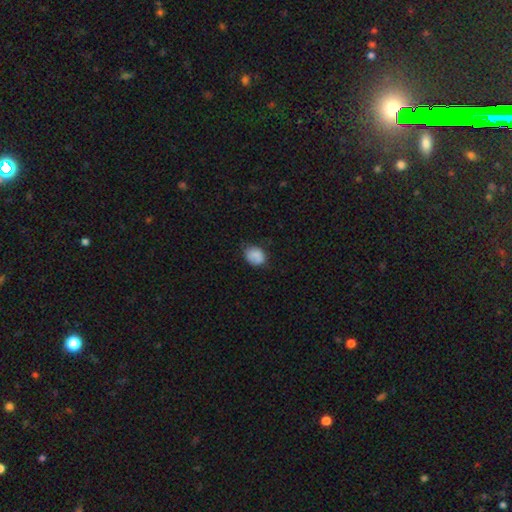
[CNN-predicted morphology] Smooth or featured? Predicted: smooth (p=0.83). How rounded? Predicted: round (p=0.50). Merging? Predicted: none (p=0.67).